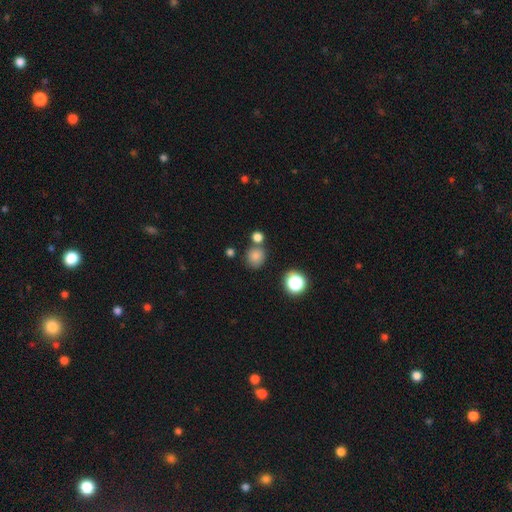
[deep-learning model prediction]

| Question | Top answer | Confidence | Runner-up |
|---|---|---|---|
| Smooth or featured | smooth | 80% | star or artifact (14%) |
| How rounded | round | 84% | in between (15%) |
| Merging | none | 68% | merger (18%) |